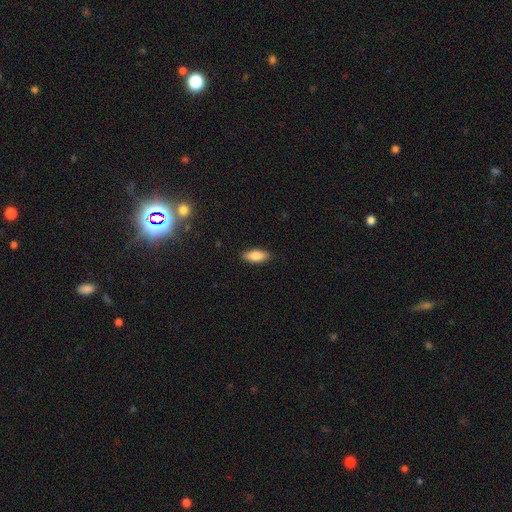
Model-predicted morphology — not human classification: Smooth or featured? Predicted: smooth (p=0.84). How rounded? Predicted: in between (p=0.81). Merging? Predicted: none (p=0.88).